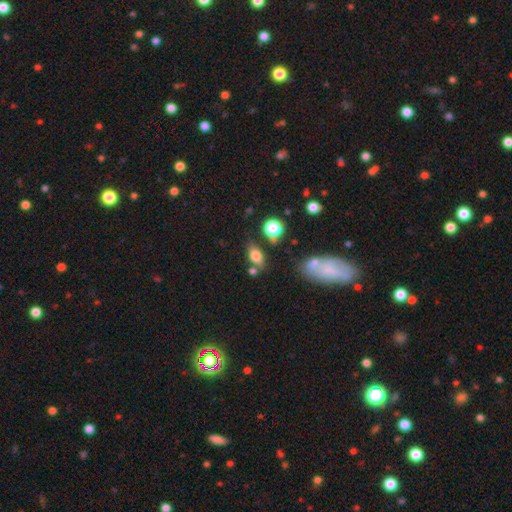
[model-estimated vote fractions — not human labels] The model was most divided on "merging": none: 66%, minor disturbance: 17%, merger: 12%, major disturbance: 5%. More confident: how rounded — in between (82%); smooth or featured — smooth (73%).